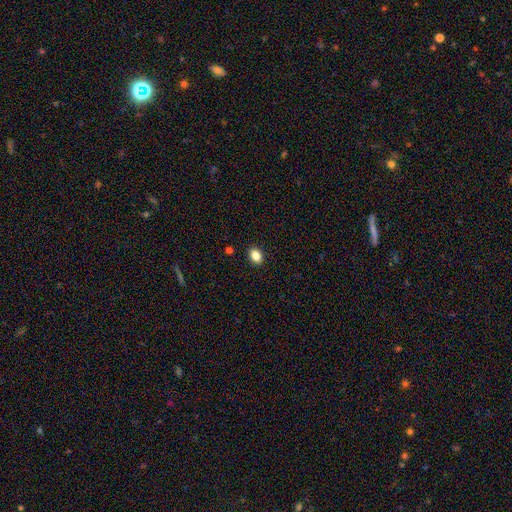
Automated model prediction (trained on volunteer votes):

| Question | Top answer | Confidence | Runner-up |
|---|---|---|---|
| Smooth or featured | smooth | 85% | star or artifact (10%) |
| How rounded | in between | 79% | round (20%) |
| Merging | none | 90% | minor disturbance (7%) |